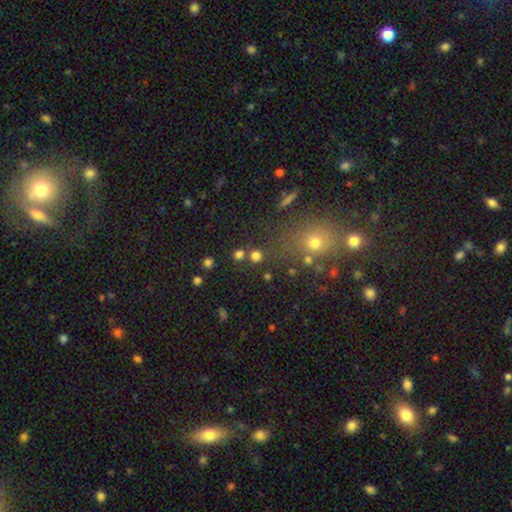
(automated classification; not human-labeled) Overall: smooth (76%). How rounded: round (90%). Merging: none (75%).